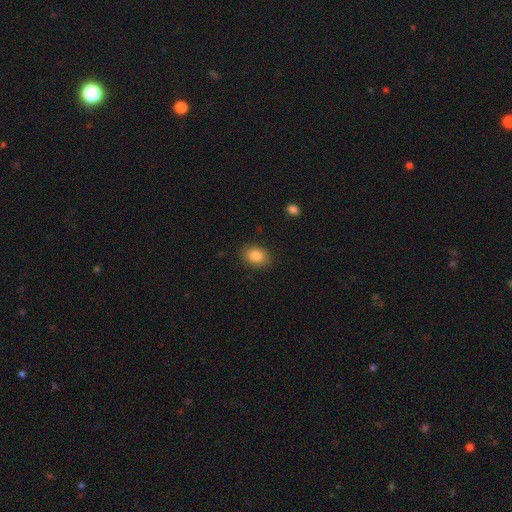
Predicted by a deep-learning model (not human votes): Smooth or featured: smooth — 86% (star or artifact — 9%)
How rounded: in between — 65% (round — 34%)
Merging: none — 87% (minor disturbance — 10%)